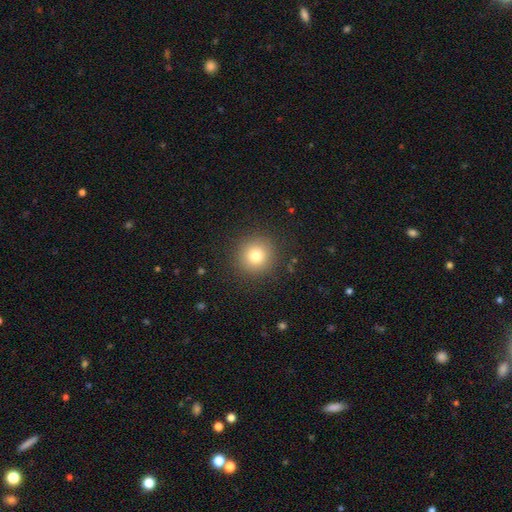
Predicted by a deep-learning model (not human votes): A smooth galaxy with no disk features (78%) that is round (94%). Merging: none (90%).